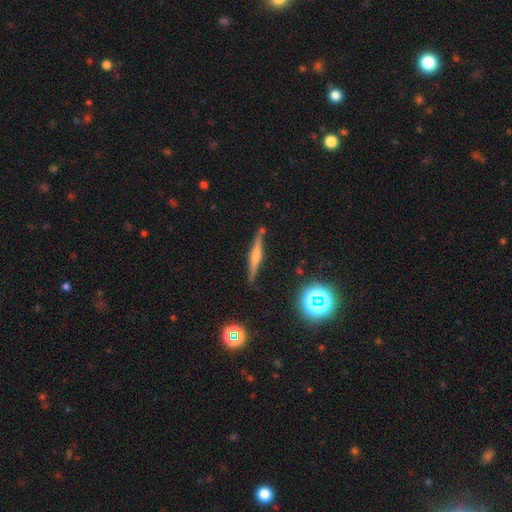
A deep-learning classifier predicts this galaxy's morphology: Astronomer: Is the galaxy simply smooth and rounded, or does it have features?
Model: featured or disk — 71%.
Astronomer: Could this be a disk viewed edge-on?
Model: yes — 98%.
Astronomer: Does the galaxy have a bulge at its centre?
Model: rounded — 81%.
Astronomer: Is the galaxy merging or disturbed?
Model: none — 89%.